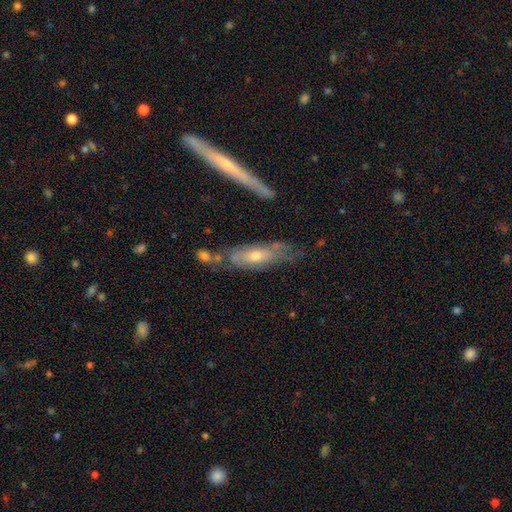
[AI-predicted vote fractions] Smooth or featured? featured or disk (61%)
Edge-on disk? no (59%)
Merging? none (59%)